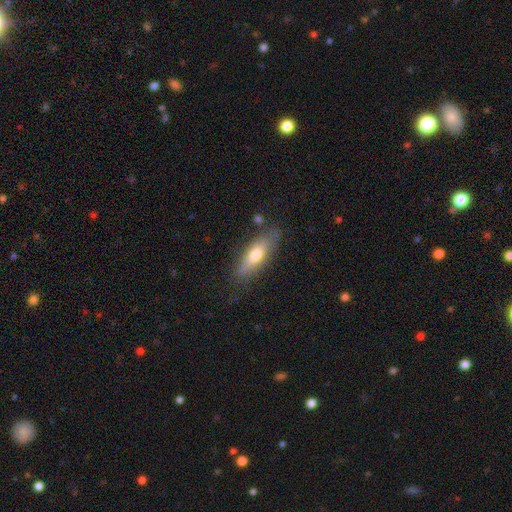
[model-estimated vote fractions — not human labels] Q: Smooth or featured?
A: smooth (68%); runner-up: featured or disk (26%)
Q: How rounded?
A: in between (56%); runner-up: cigar-shaped (41%)
Q: Merging?
A: none (74%); runner-up: minor disturbance (18%)